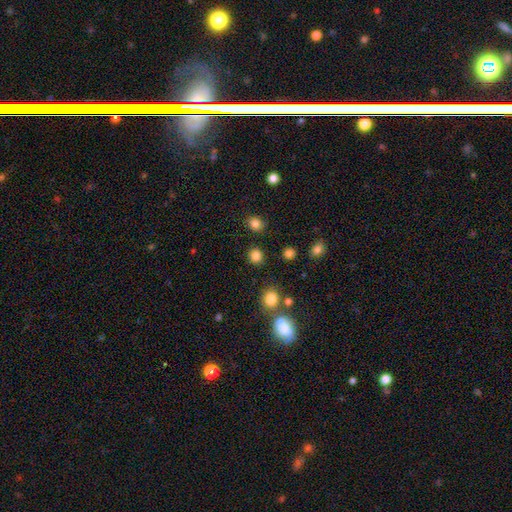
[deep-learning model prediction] smooth_or_featured: smooth (p=0.83) [alt: star or artifact p=0.13]
how_rounded: round (p=0.87) [alt: in between p=0.12]
merging: none (p=0.88) [alt: minor disturbance p=0.07]